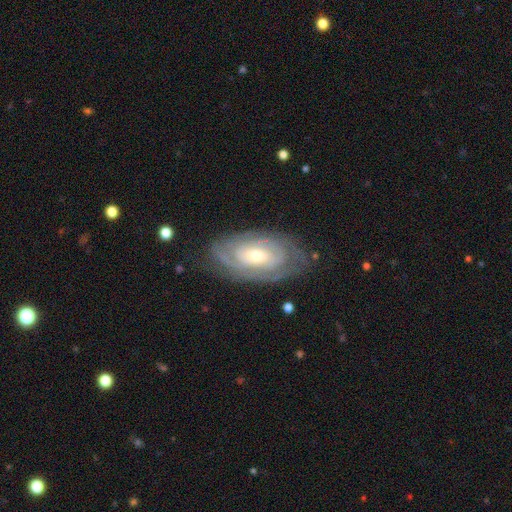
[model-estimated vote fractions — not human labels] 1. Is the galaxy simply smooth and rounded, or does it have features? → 80% featured or disk, 15% smooth, 5% star or artifact.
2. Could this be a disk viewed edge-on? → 94% no, 6% yes.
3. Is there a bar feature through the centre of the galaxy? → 66% no, 26% weak, 8% strong.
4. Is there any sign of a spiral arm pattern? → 87% yes, 13% no.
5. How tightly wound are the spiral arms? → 75% tight, 19% medium, 5% loose.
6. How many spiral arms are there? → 47% can't tell, 28% 2, 11% 3, 5% 4, 5% 1, 3% more than 4.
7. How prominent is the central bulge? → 48% small, 46% moderate, 4% large, 1% none, 1% dominant.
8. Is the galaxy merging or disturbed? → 74% none, 18% minor disturbance, 7% major disturbance, 1% merger.